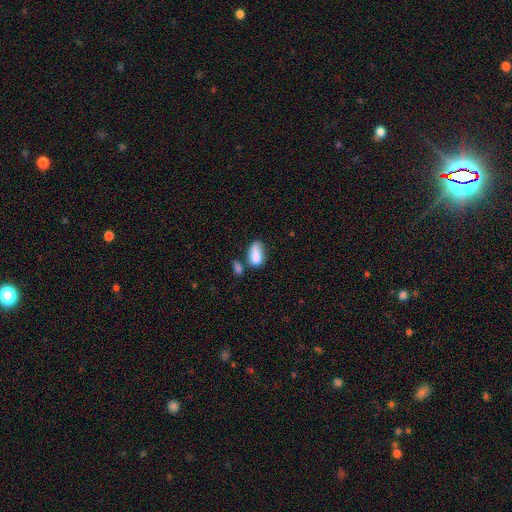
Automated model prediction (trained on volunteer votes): This appears to be a smooth galaxy with no disk features (81%) that is in between round and cigar-shaped (88%). Merging: none (37%).